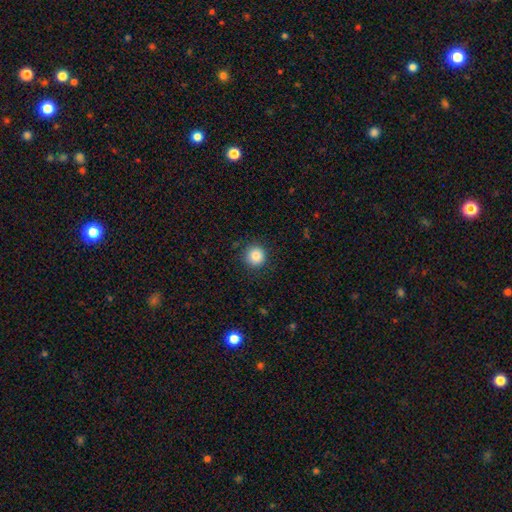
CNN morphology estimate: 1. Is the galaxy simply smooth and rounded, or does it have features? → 85% smooth, 10% star or artifact, 4% featured or disk.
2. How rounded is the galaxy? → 95% round, 4% in between, 1% cigar-shaped.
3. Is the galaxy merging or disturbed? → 88% none, 8% minor disturbance, 3% major disturbance, 1% merger.